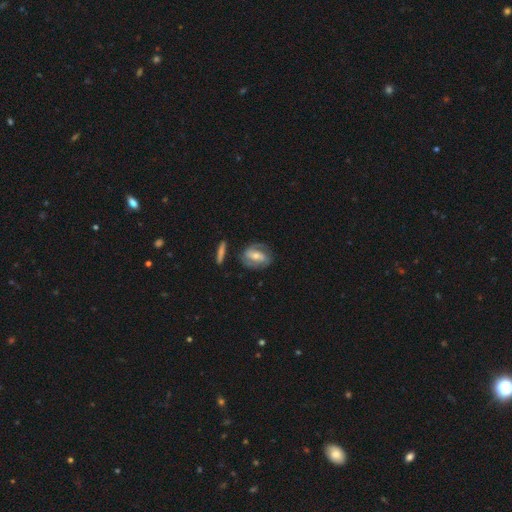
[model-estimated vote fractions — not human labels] Q: Smooth or featured?
A: featured or disk (71%); runner-up: smooth (22%)
Q: Edge-on disk?
A: no (95%); runner-up: yes (5%)
Q: Bar?
A: weak (41%); runner-up: strong (31%)
Q: Spiral arms?
A: yes (87%); runner-up: no (13%)
Q: Spiral winding?
A: medium (42%); runner-up: tight (41%)
Q: Spiral arm count?
A: 2 (76%); runner-up: can't tell (13%)
Q: Bulge size?
A: moderate (56%); runner-up: small (37%)
Q: Merging?
A: none (73%); runner-up: minor disturbance (16%)